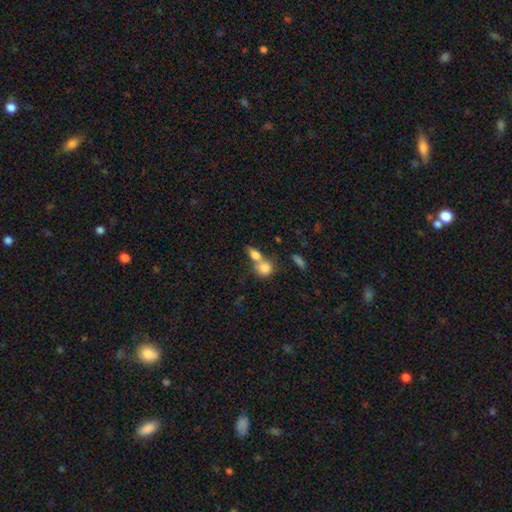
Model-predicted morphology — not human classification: Smooth or featured?
  - smooth: 78% *
  - featured or disk: 13%
  - star or artifact: 9%
How rounded?
  - in between: 58% *
  - round: 36%
  - cigar-shaped: 6%
Merging?
  - merger: 59% *
  - none: 30%
  - minor disturbance: 7%
  - major disturbance: 4%